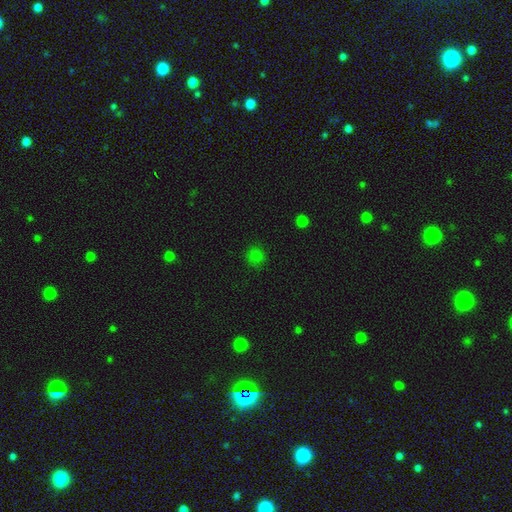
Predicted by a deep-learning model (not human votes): Smooth or featured: smooth — 78% (star or artifact — 18%)
How rounded: round — 90% (in between — 9%)
Merging: none — 86% (minor disturbance — 10%)